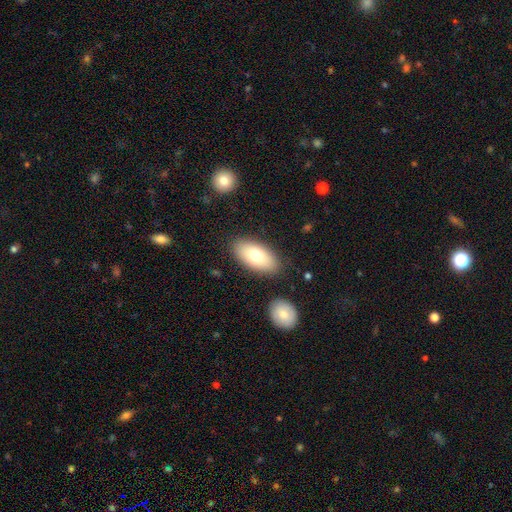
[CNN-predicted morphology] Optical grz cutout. It shows a smooth galaxy with no disk features (74%) that is in between round and cigar-shaped (92%). Merging: none (85%).